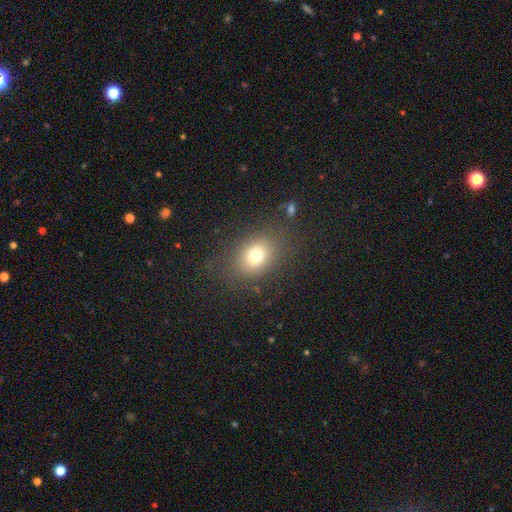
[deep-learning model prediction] A smooth galaxy with no disk features (73%) that is in between round and cigar-shaped (57%). Merging: none (78%).